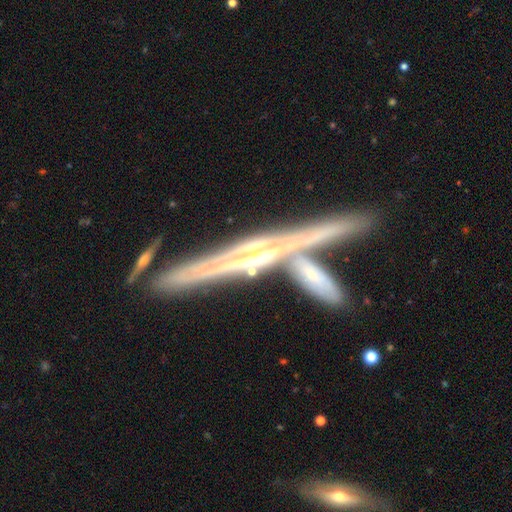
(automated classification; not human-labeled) Smooth or featured?
  - featured or disk: 83% *
  - smooth: 10%
  - star or artifact: 6%
Edge-on disk?
  - yes: 95% *
  - no: 5%
Edge-on bulge?
  - rounded: 62% *
  - none: 27%
  - boxy: 11%
Merging?
  - none: 67% *
  - merger: 19%
  - minor disturbance: 11%
  - major disturbance: 3%